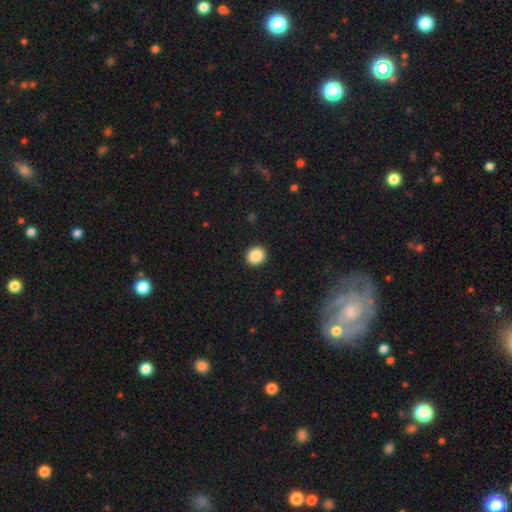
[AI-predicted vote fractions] Q: Smooth or featured?
A: smooth (88%); runner-up: star or artifact (9%)
Q: How rounded?
A: round (80%); runner-up: in between (19%)
Q: Merging?
A: none (92%); runner-up: minor disturbance (6%)